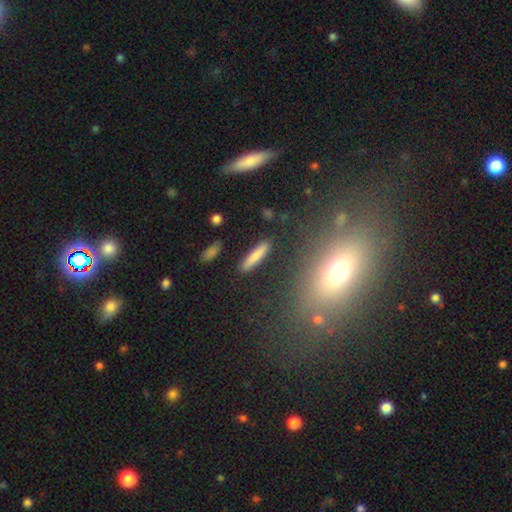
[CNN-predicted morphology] smooth_or_featured: smooth (p=0.78) [alt: featured or disk p=0.15]
how_rounded: cigar-shaped (p=0.86) [alt: in between p=0.12]
merging: none (p=0.88) [alt: minor disturbance p=0.08]